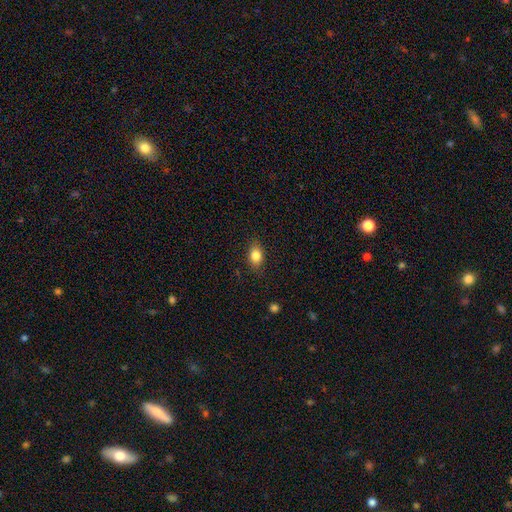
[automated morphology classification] A smooth galaxy with no disk features (84%) that is in between round and cigar-shaped (76%).

Vote fractions:
- Smooth or featured? smooth: 84% / star or artifact: 9% / featured or disk: 7%
- How rounded? in between: 76% / round: 22% / cigar-shaped: 2%
- Merging? none: 85% / minor disturbance: 12% / major disturbance: 3% / merger: 1%